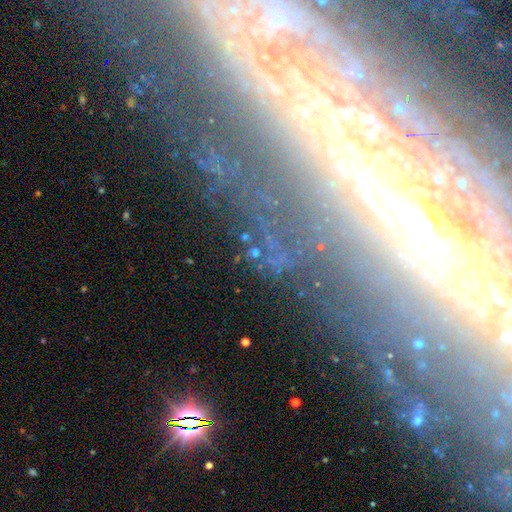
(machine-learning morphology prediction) Q: Smooth or featured?
A: featured or disk (49%); runner-up: star or artifact (36%)
Q: Merging?
A: none (79%); runner-up: minor disturbance (12%)